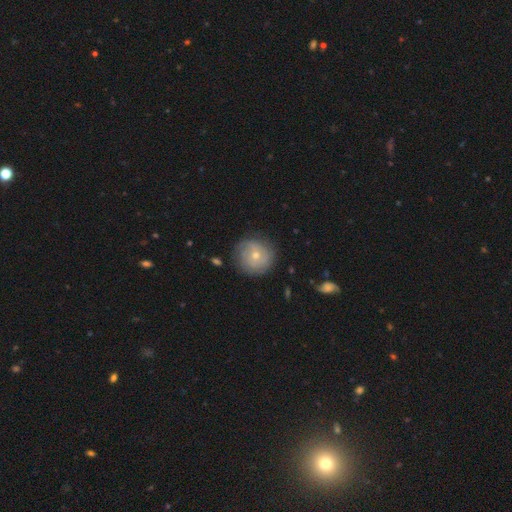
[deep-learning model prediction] Smooth or featured?
  - featured or disk: 51% *
  - smooth: 42%
  - star or artifact: 7%
Edge-on disk?
  - no: 97% *
  - yes: 3%
Merging?
  - none: 80% *
  - minor disturbance: 14%
  - major disturbance: 5%
  - merger: 1%